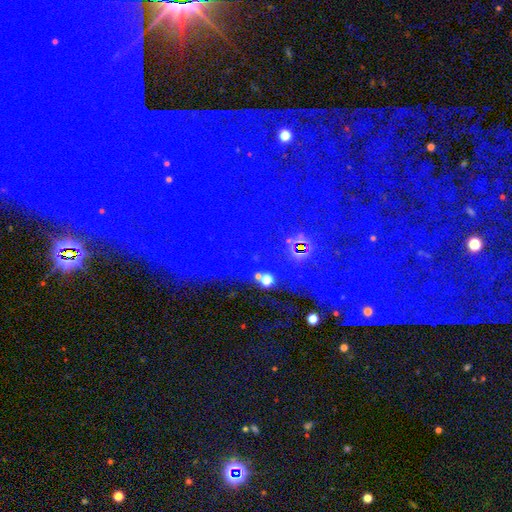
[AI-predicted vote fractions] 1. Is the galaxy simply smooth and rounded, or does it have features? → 83% star or artifact, 9% featured or disk, 8% smooth.